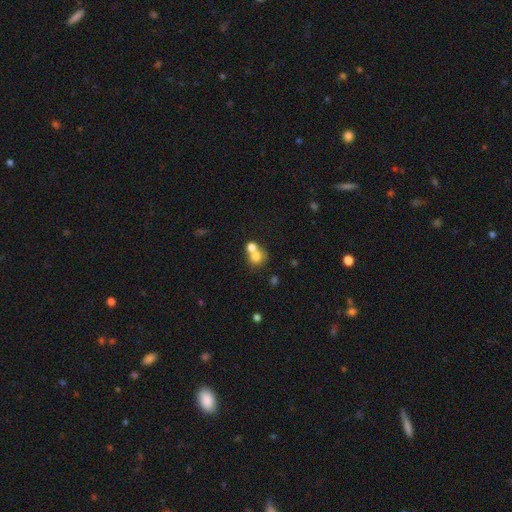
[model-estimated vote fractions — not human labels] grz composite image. It shows a smooth galaxy with no disk features (73%) that is round (78%). Merging: merger (54%).